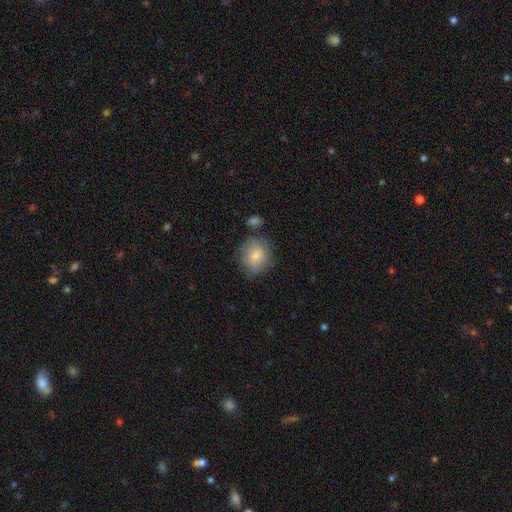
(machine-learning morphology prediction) smooth 75%, featured or disk 18%, star or artifact 8%. Down the decision tree: how rounded — round (70%); merging — none (66%).